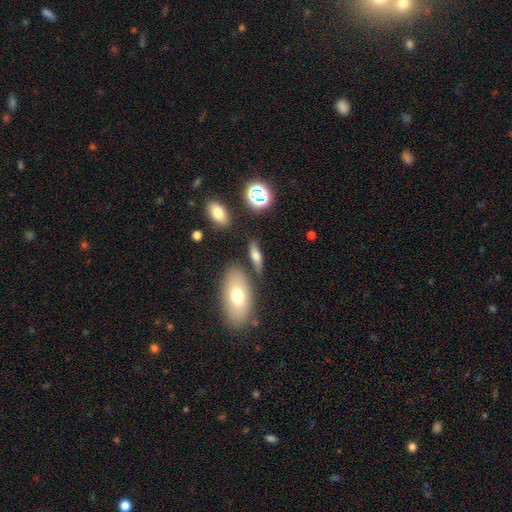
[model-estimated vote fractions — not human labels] Morphology: type=smooth (58%); roundness=in between (55%); merging=none (68%).